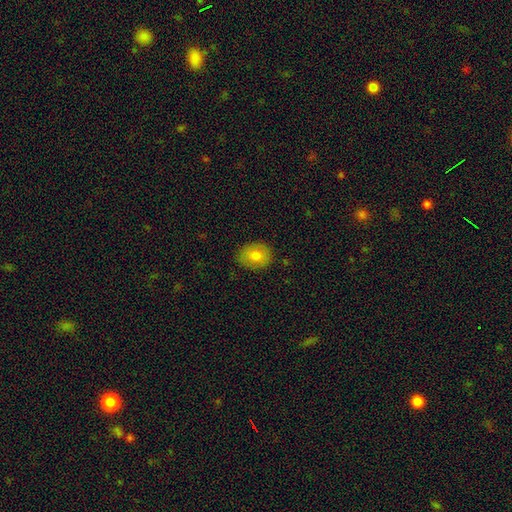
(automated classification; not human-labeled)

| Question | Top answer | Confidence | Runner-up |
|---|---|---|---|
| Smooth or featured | smooth | 76% | featured or disk (15%) |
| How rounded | in between | 53% | round (46%) |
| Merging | none | 85% | minor disturbance (12%) |